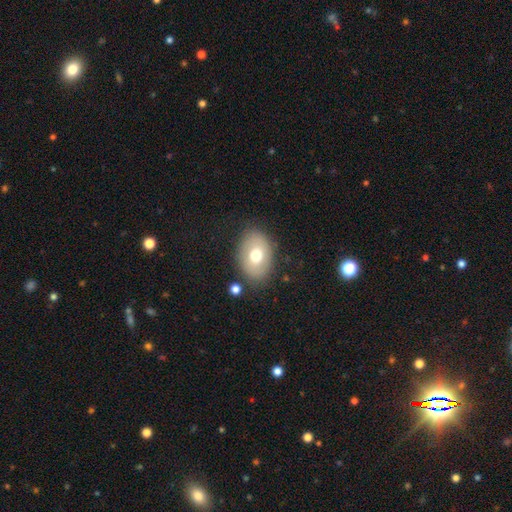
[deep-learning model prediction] Overall: smooth (69%). How rounded: in between (79%). Merging: none (81%).